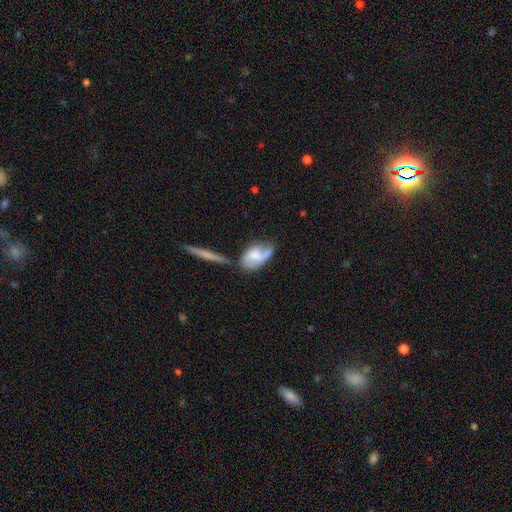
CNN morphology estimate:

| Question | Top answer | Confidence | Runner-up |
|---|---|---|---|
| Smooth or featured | smooth | 52% | featured or disk (41%) |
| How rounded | in between | 87% | round (7%) |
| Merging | none | 34% | minor disturbance (25%) |